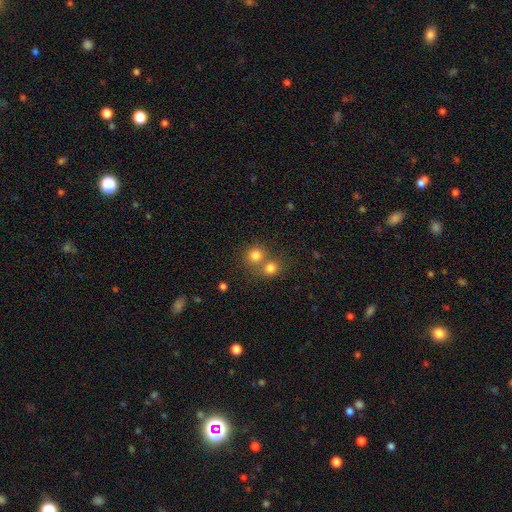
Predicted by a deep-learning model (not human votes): Smooth or featured? smooth (79%)
How rounded? round (87%)
Merging? none (50%)